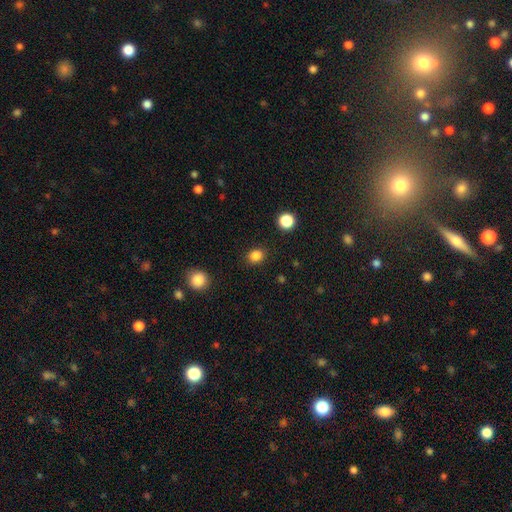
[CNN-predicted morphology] Q: Smooth or featured?
A: smooth (85%); runner-up: star or artifact (12%)
Q: How rounded?
A: round (61%); runner-up: in between (38%)
Q: Merging?
A: none (89%); runner-up: minor disturbance (7%)